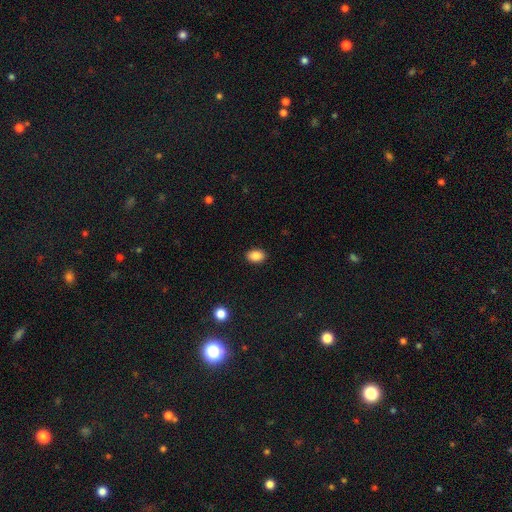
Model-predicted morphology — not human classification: Smooth or featured: smooth — 87% (star or artifact — 9%)
How rounded: in between — 79% (round — 20%)
Merging: none — 90% (minor disturbance — 7%)